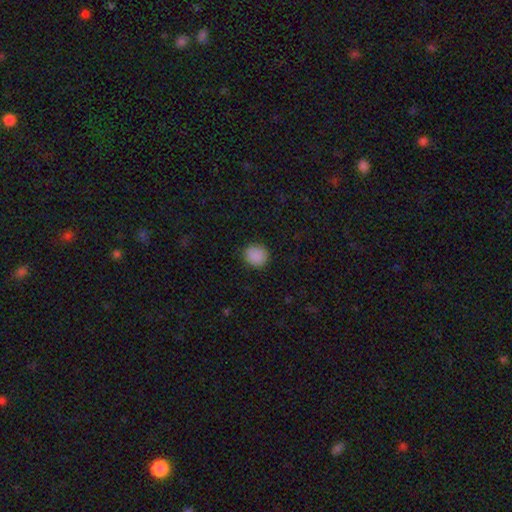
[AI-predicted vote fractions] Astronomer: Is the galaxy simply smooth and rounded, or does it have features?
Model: smooth — 88%.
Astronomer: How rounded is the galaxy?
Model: round — 86%.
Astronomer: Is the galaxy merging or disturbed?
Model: none — 89%.